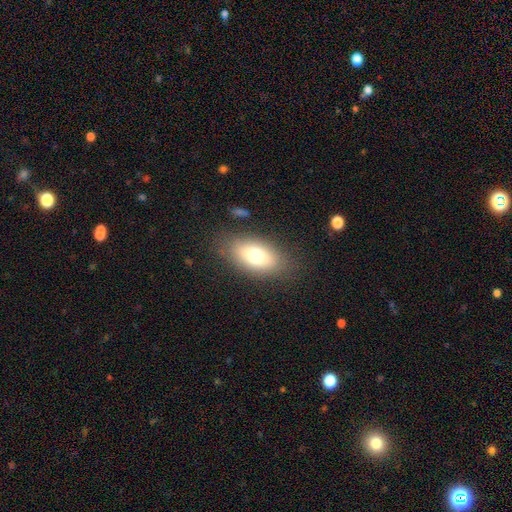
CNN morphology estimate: smooth-or-featured: smooth: 72% | featured or disk: 19% | star or artifact: 10%
  how-rounded: in between: 86% | round: 9% | cigar-shaped: 5%
  merging: none: 81% | minor disturbance: 12% | major disturbance: 5% | merger: 2%